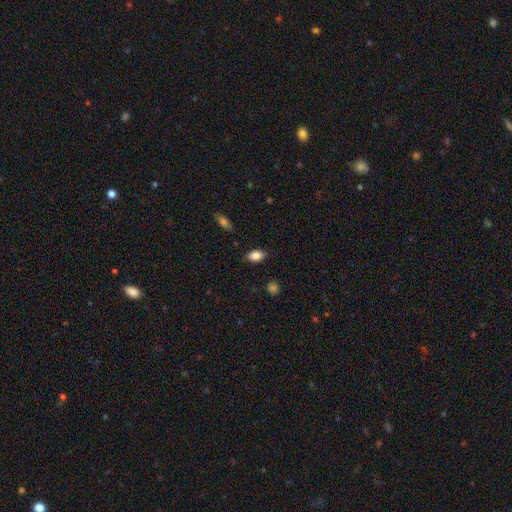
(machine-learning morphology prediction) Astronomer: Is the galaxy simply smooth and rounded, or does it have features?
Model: smooth — 83%.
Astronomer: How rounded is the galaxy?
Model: in between — 88%.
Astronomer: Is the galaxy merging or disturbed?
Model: none — 86%.